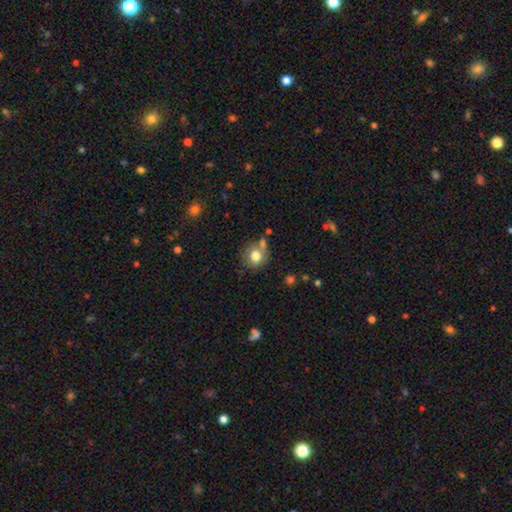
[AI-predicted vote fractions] smooth_or_featured: smooth (p=0.78) [alt: featured or disk p=0.12]
how_rounded: round (p=0.77) [alt: in between p=0.23]
merging: none (p=0.63) [alt: merger p=0.17]